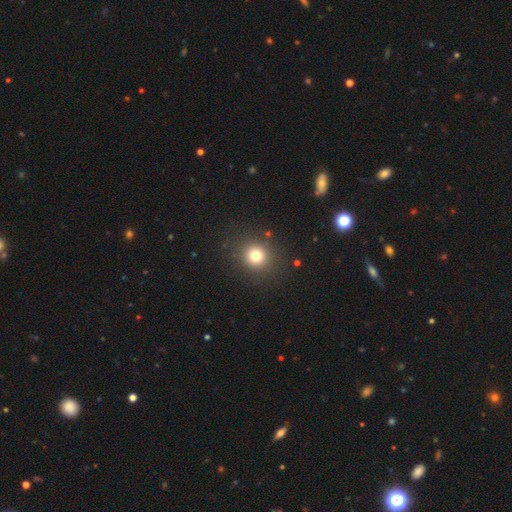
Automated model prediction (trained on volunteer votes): This is likely a smooth galaxy (77%). How rounded: clearly round (89%). Merging: clearly none (88%).